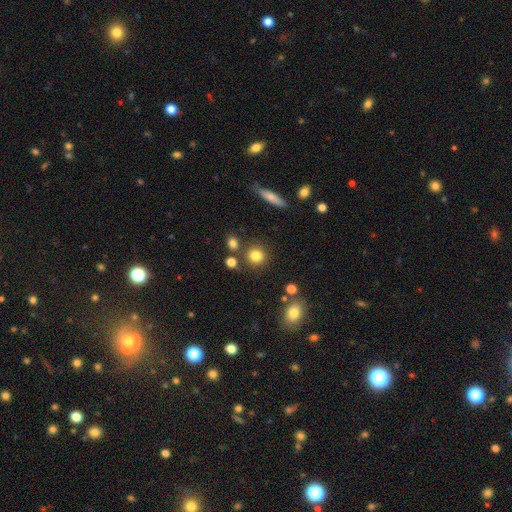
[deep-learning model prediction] Smooth or featured? Predicted: smooth (p=0.82). How rounded? Predicted: round (p=0.89). Merging? Predicted: none (p=0.81).